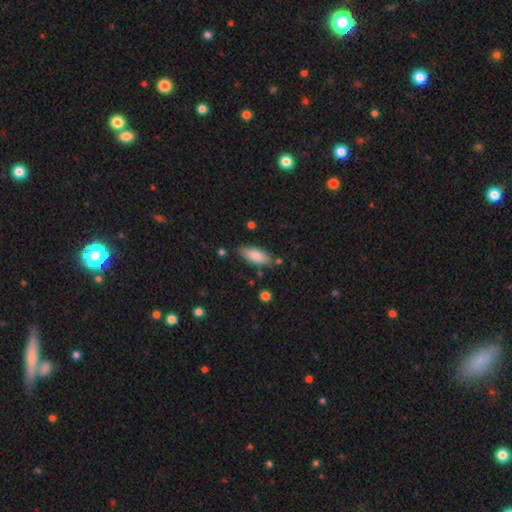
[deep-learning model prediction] A smooth galaxy with no disk features (84%) that is in between round and cigar-shaped (78%).

Vote fractions:
- Smooth or featured? smooth: 84% / featured or disk: 10% / star or artifact: 6%
- How rounded? in between: 78% / cigar-shaped: 20% / round: 2%
- Merging? none: 81% / minor disturbance: 13% / merger: 3% / major disturbance: 3%